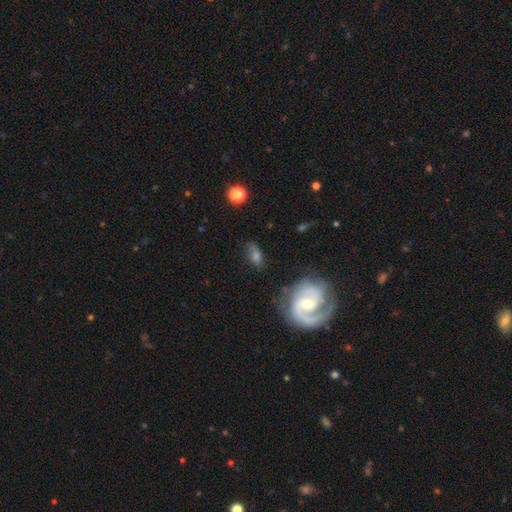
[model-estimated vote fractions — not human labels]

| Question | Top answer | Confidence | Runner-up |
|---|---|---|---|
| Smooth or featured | featured or disk | 51% | smooth (36%) |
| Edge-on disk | no | 90% | yes (10%) |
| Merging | none | 66% | minor disturbance (20%) |